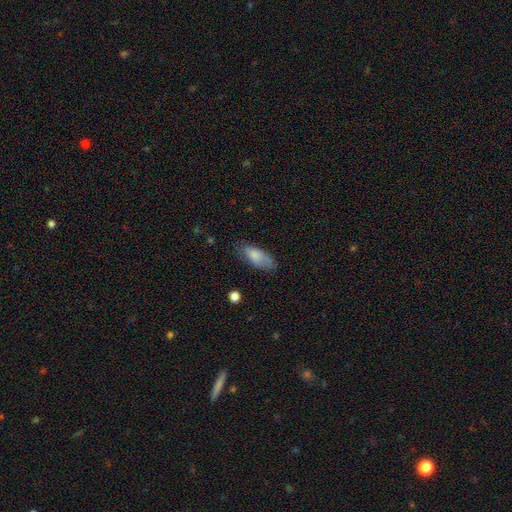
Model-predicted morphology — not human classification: This is clearly a smooth galaxy (81%). How rounded: clearly in between (83%). Merging: likely none (66%).